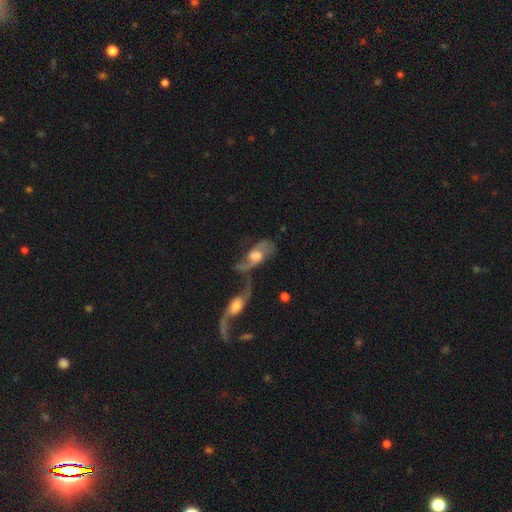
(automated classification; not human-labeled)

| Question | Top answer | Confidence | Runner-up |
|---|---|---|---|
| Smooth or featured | featured or disk | 76% | smooth (17%) |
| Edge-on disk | no | 91% | yes (9%) |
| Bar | no | 49% | weak (40%) |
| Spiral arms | yes | 86% | no (14%) |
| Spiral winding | loose | 57% | medium (33%) |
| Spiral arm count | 2 | 83% | can't tell (7%) |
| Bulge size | moderate | 43% | large (33%) |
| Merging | merger | 52% | none (21%) |